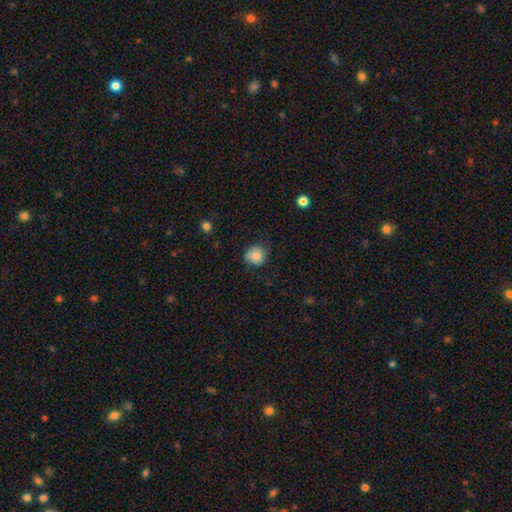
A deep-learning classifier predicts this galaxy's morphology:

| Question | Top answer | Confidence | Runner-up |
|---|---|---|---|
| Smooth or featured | smooth | 81% | featured or disk (11%) |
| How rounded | round | 84% | in between (15%) |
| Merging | none | 70% | minor disturbance (23%) |